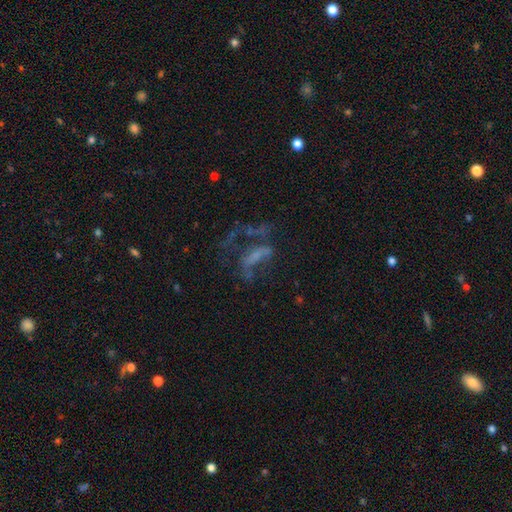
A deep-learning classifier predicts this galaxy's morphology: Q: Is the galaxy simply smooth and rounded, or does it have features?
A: featured or disk — 54%.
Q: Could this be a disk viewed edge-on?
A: no — 90%.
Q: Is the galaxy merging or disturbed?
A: major disturbance — 49%.